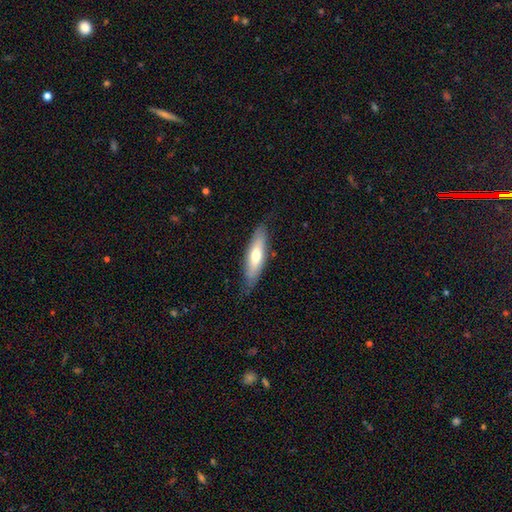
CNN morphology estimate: smooth_or_featured: smooth (p=0.61) [alt: featured or disk p=0.33]
how_rounded: cigar-shaped (p=0.57) [alt: in between p=0.41]
merging: none (p=0.78) [alt: minor disturbance p=0.17]